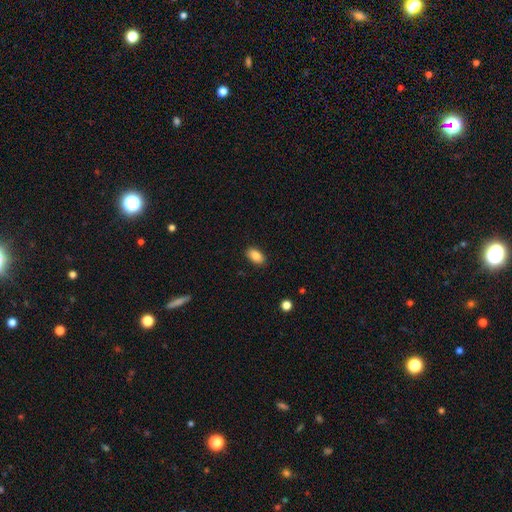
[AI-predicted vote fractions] smooth_or_featured: smooth (p=0.87) [alt: star or artifact p=0.08]
how_rounded: in between (p=0.92) [alt: round p=0.06]
merging: none (p=0.89) [alt: minor disturbance p=0.08]